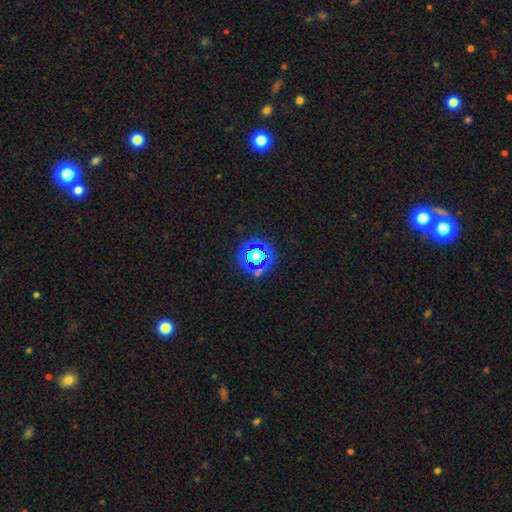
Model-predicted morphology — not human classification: star or artifact 54%, smooth 34%, featured or disk 12%.